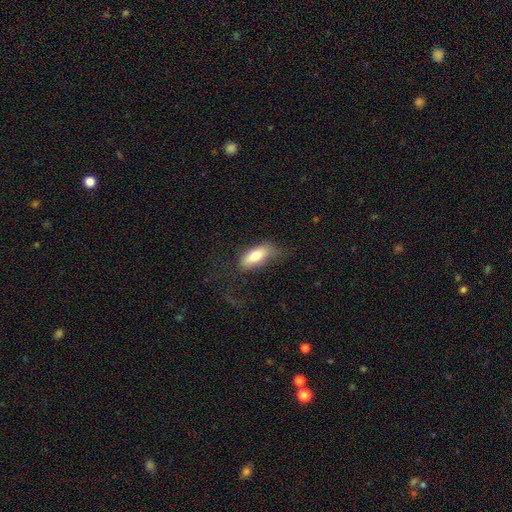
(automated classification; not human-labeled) The model was most divided on "merging": none: 55%, minor disturbance: 25%, major disturbance: 18%, merger: 2%. More confident: how rounded — in between (78%); smooth or featured — smooth (76%).